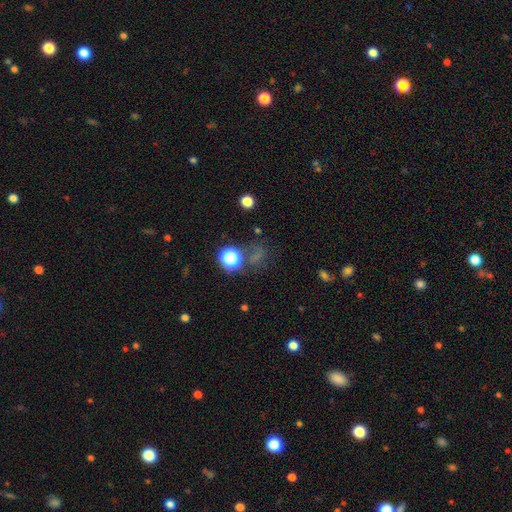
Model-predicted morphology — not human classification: This appears to be a star or artifact, not a galaxy (48%).